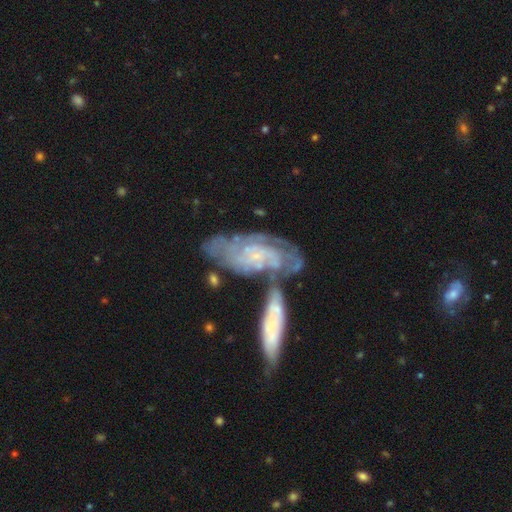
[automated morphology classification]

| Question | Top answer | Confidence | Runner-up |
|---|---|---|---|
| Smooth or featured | featured or disk | 81% | smooth (13%) |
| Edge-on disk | no | 91% | yes (9%) |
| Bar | no | 67% | weak (26%) |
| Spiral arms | yes | 92% | no (8%) |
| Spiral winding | tight | 65% | medium (27%) |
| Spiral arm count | can't tell | 45% | 2 (21%) |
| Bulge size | small | 75% | none (12%) |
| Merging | none | 41% | merger (36%) |